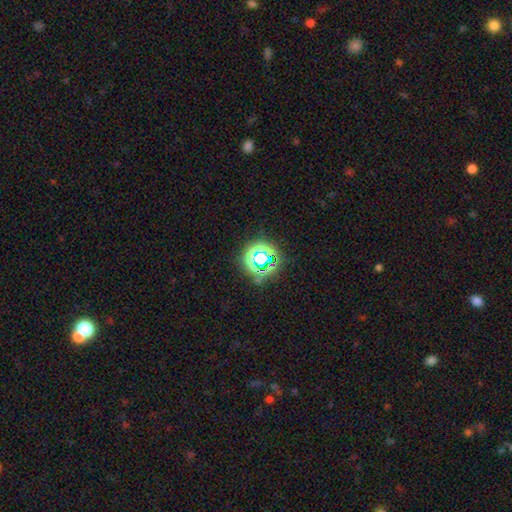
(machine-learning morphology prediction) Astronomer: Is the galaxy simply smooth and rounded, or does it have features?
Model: star or artifact — 64%.